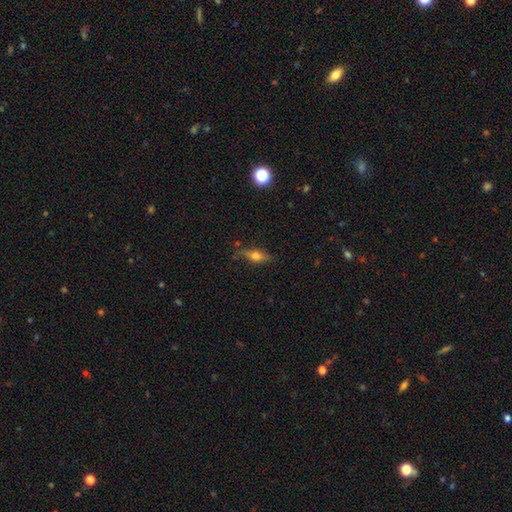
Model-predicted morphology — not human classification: This is possibly a smooth galaxy (49%). Merging: likely none (77%).